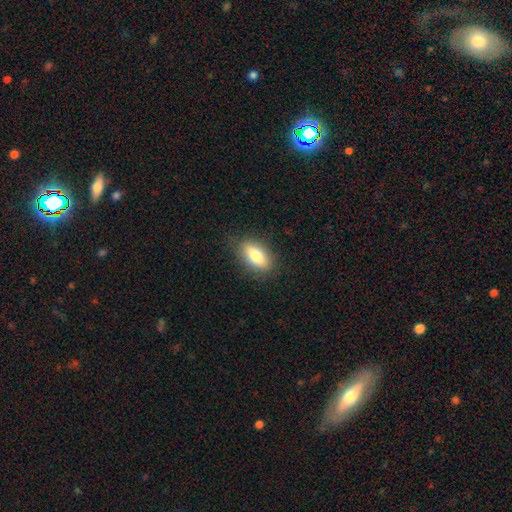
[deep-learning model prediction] This appears to be a smooth galaxy with no disk features (76%) that is in between round and cigar-shaped (84%). Merging: none (84%).